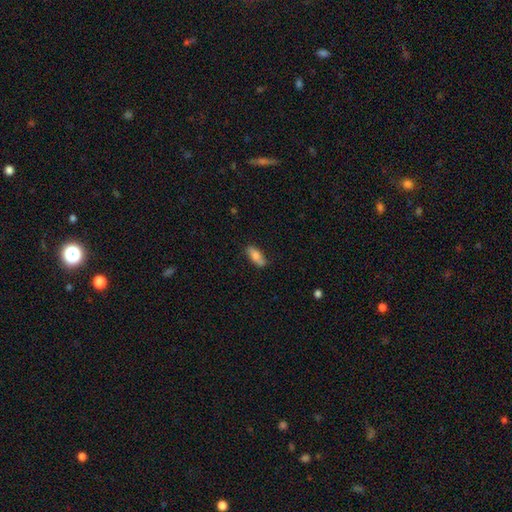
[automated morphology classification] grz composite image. It shows a smooth galaxy with no disk features (73%) that is in between round and cigar-shaped (78%). Merging: none (77%).